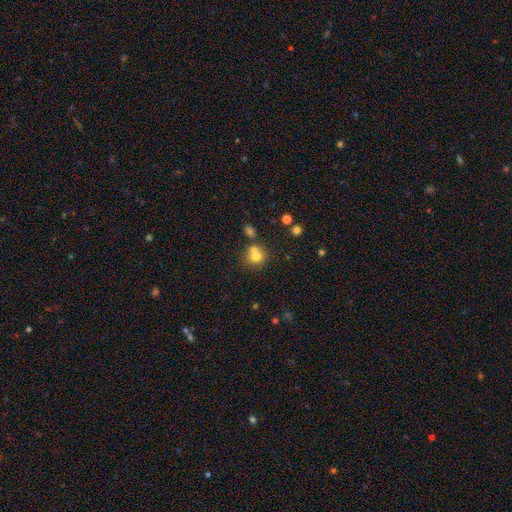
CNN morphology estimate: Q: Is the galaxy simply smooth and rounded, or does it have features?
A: smooth — 73%.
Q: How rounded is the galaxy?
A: round — 81%.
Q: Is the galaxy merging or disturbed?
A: none — 44%.